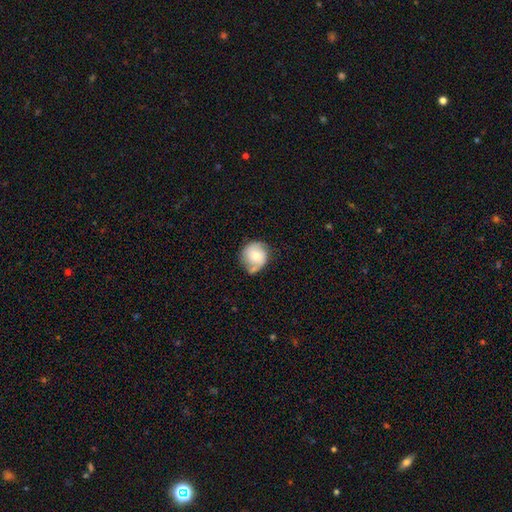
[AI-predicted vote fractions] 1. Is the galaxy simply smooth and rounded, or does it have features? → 58% smooth, 34% featured or disk, 8% star or artifact.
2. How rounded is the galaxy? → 85% round, 14% in between, 1% cigar-shaped.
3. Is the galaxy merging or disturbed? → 53% none, 27% minor disturbance, 11% merger, 9% major disturbance.